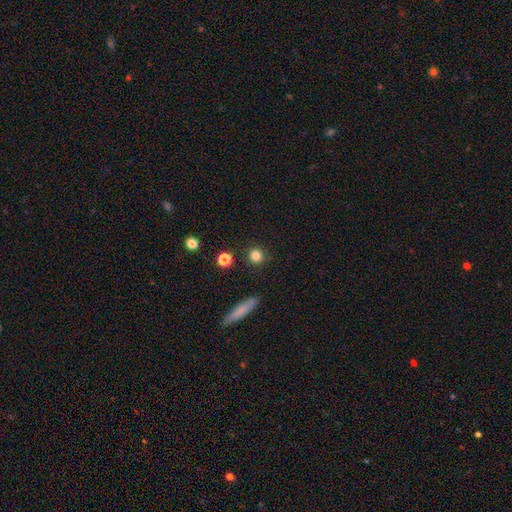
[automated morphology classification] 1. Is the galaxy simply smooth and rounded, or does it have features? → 83% smooth, 11% star or artifact, 6% featured or disk.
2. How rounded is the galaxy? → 89% round, 9% in between, 2% cigar-shaped.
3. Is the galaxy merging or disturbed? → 89% none, 7% minor disturbance, 3% merger, 2% major disturbance.